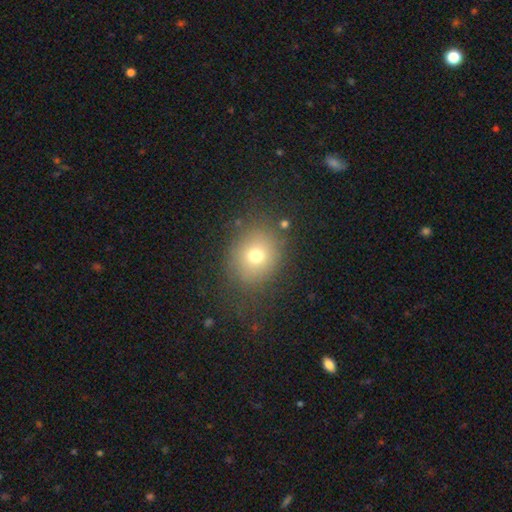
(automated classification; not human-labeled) The model was most divided on "how rounded": round: 67%, in between: 32%, cigar-shaped: 1%. More confident: merging — none (77%); smooth or featured — smooth (71%).